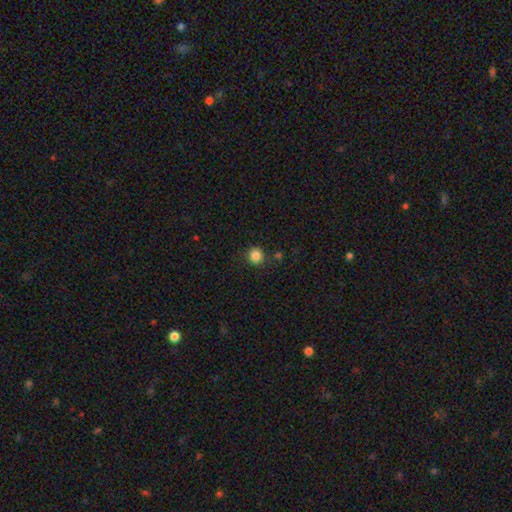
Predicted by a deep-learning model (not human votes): The model was most divided on "smooth or featured": smooth: 85%, star or artifact: 11%, featured or disk: 4%. More confident: how rounded — round (92%); merging — none (86%).